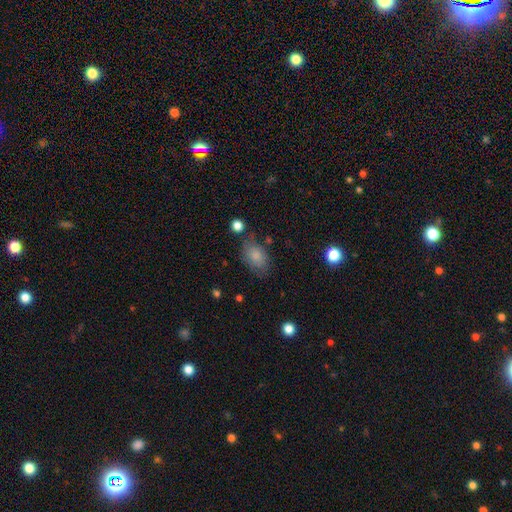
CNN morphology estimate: Smooth or featured? smooth (82%)
How rounded? in between (85%)
Merging? none (62%)